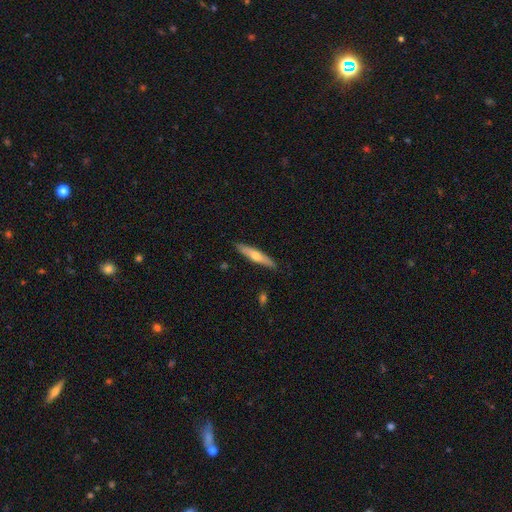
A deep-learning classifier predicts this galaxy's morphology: Q: Smooth or featured?
A: smooth (51%); runner-up: featured or disk (43%)
Q: How rounded?
A: cigar-shaped (86%); runner-up: in between (13%)
Q: Merging?
A: none (89%); runner-up: minor disturbance (9%)